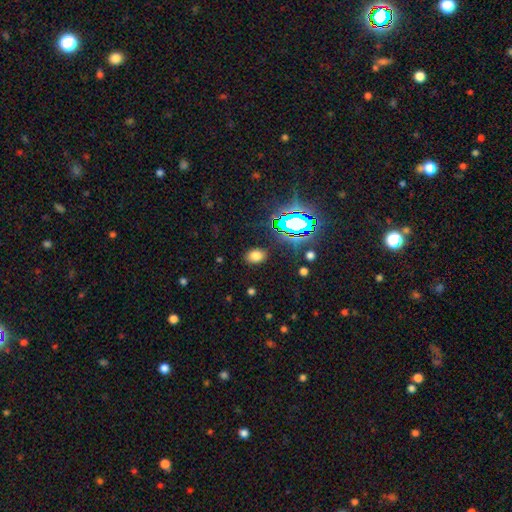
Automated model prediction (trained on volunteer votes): smooth 71%, star or artifact 22%, featured or disk 7%. Down the decision tree: how rounded — in between (75%); merging — none (86%).